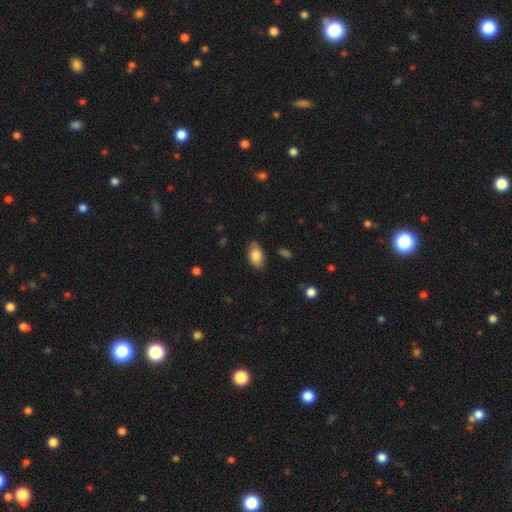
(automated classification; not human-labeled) Smooth or featured? Predicted: smooth (p=0.85). How rounded? Predicted: in between (p=0.91). Merging? Predicted: none (p=0.77).